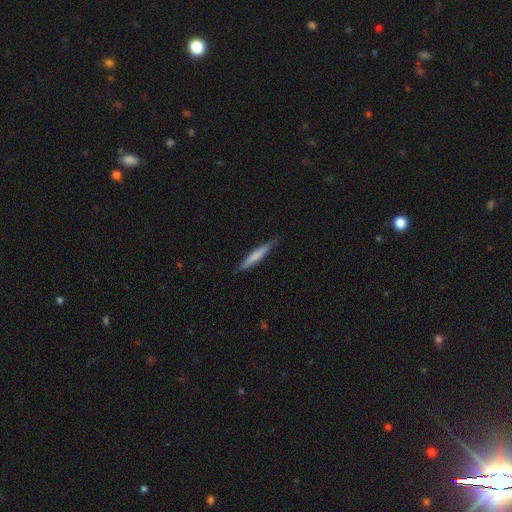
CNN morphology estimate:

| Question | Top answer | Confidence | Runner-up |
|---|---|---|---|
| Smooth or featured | smooth | 66% | featured or disk (29%) |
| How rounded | cigar-shaped | 94% | in between (4%) |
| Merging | none | 85% | minor disturbance (12%) |